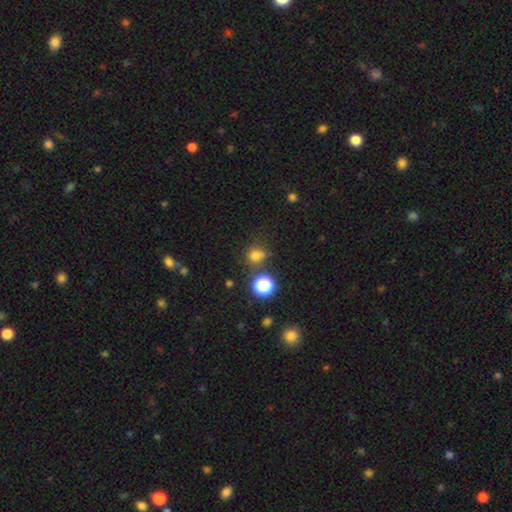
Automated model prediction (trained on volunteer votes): smooth_or_featured: smooth (p=0.70) [alt: star or artifact p=0.23]
how_rounded: round (p=0.83) [alt: in between p=0.16]
merging: none (p=0.69) [alt: minor disturbance p=0.15]